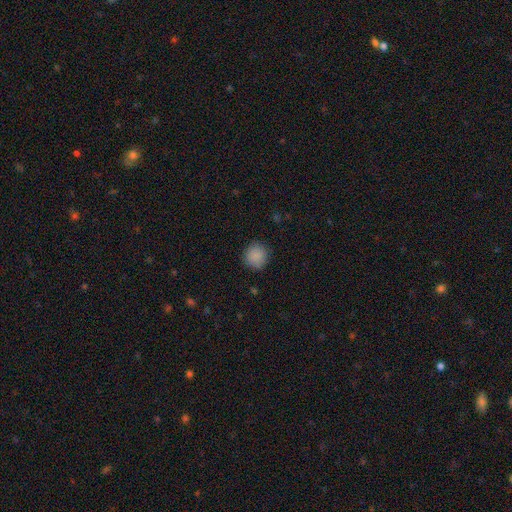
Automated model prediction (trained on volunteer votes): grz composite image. It shows a smooth galaxy with no disk features (88%) that is round (90%). Merging: none (87%).